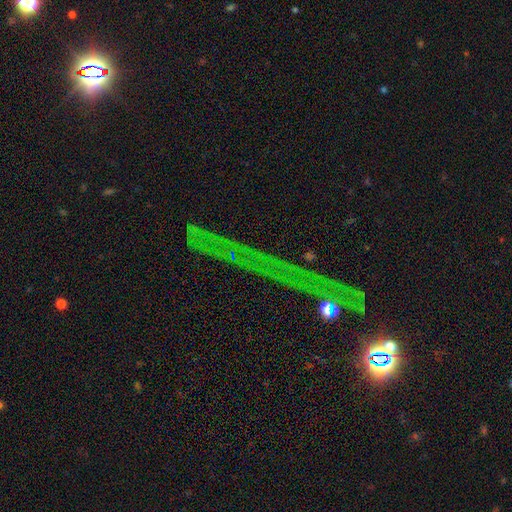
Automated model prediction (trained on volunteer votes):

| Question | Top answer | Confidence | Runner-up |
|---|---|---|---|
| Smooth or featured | star or artifact | 76% | smooth (12%) |